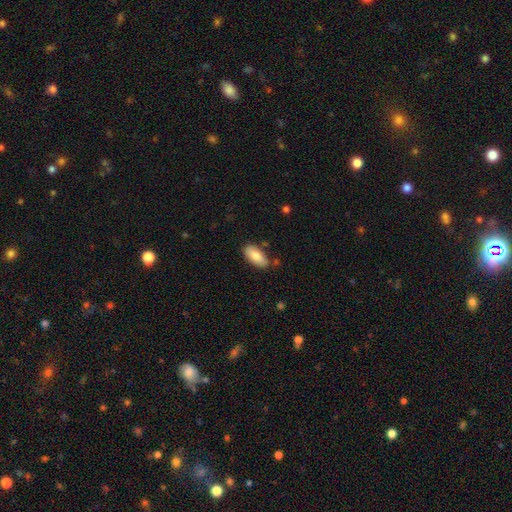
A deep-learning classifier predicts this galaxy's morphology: Q: Smooth or featured?
A: smooth (84%); runner-up: featured or disk (9%)
Q: How rounded?
A: in between (90%); runner-up: cigar-shaped (8%)
Q: Merging?
A: none (78%); runner-up: minor disturbance (15%)